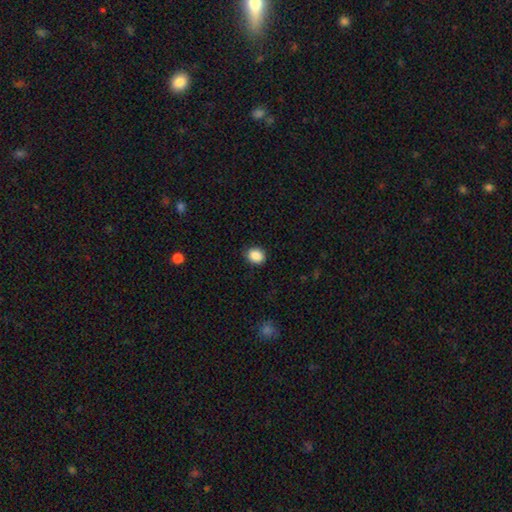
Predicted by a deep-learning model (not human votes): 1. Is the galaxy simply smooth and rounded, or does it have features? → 88% smooth, 9% star or artifact, 3% featured or disk.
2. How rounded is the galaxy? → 57% round, 42% in between, 1% cigar-shaped.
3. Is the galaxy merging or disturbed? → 85% none, 11% minor disturbance, 2% major disturbance, 1% merger.